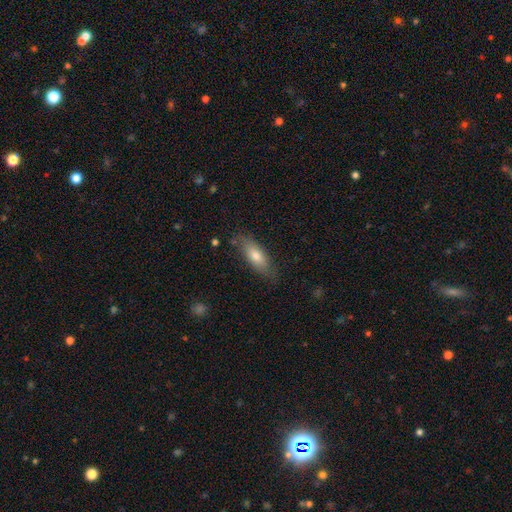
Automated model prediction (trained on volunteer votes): This appears to be a smooth galaxy with no disk features (73%) that is in between round and cigar-shaped (65%). Merging: none (79%).